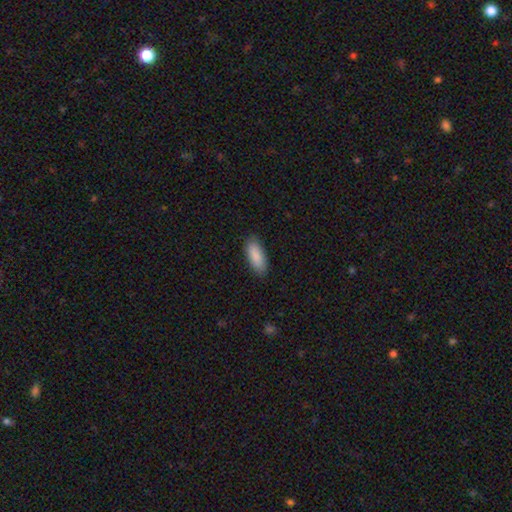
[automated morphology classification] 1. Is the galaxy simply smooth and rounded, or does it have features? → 90% smooth, 6% star or artifact, 5% featured or disk.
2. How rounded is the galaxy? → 78% in between, 20% cigar-shaped, 2% round.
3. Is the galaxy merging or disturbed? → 87% none, 10% minor disturbance, 2% major disturbance, 1% merger.